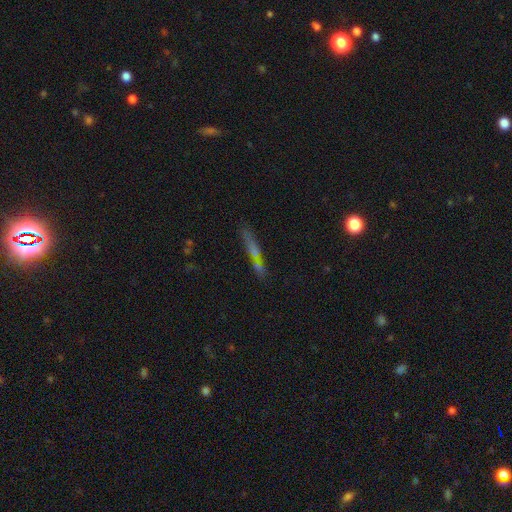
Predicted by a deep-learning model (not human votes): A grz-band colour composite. It shows a featured or disk galaxy (45%). Merging: none (73%).